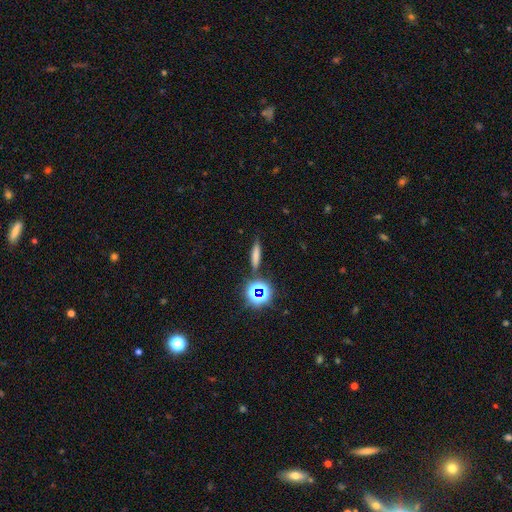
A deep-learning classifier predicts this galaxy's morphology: Q: Smooth or featured?
A: smooth (65%); runner-up: star or artifact (20%)
Q: How rounded?
A: cigar-shaped (79%); runner-up: in between (14%)
Q: Merging?
A: none (82%); runner-up: minor disturbance (10%)